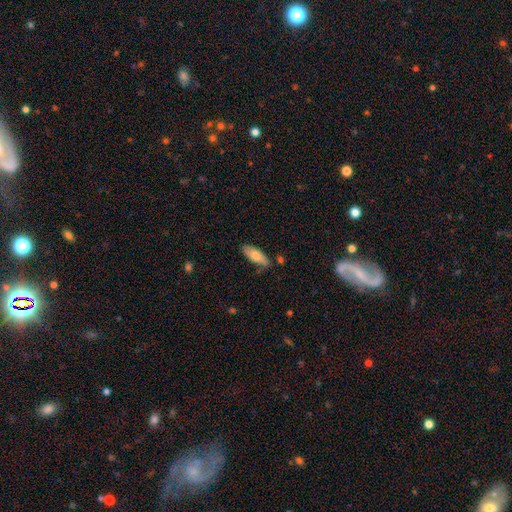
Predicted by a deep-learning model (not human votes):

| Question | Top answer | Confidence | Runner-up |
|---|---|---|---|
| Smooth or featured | smooth | 74% | featured or disk (20%) |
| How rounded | in between | 74% | cigar-shaped (24%) |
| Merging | none | 79% | minor disturbance (16%) |